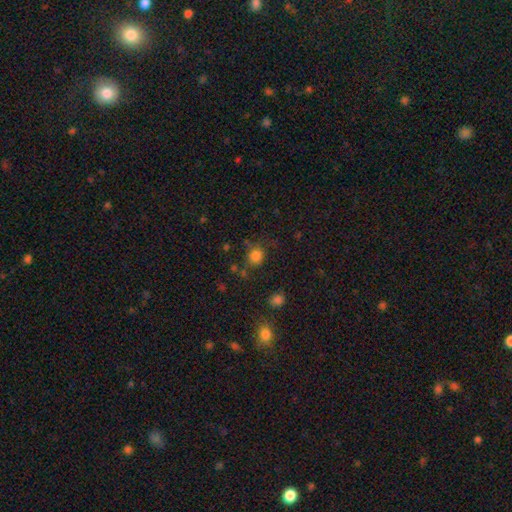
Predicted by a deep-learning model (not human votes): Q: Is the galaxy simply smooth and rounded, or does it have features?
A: smooth — 80%.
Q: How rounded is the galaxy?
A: round — 80%.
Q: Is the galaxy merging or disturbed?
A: none — 71%.